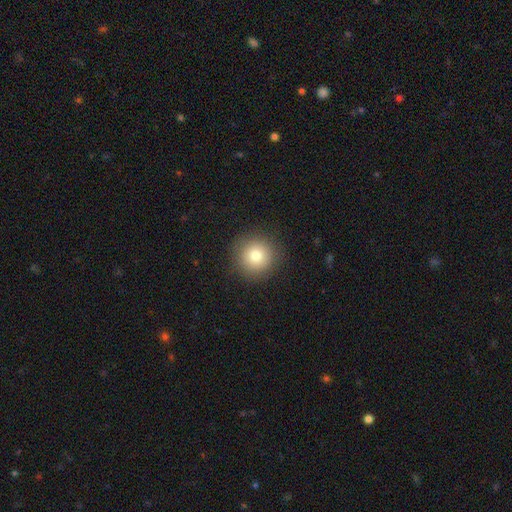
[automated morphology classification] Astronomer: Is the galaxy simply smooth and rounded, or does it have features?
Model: smooth — 80%.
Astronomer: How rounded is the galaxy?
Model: round — 94%.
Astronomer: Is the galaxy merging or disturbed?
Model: none — 90%.